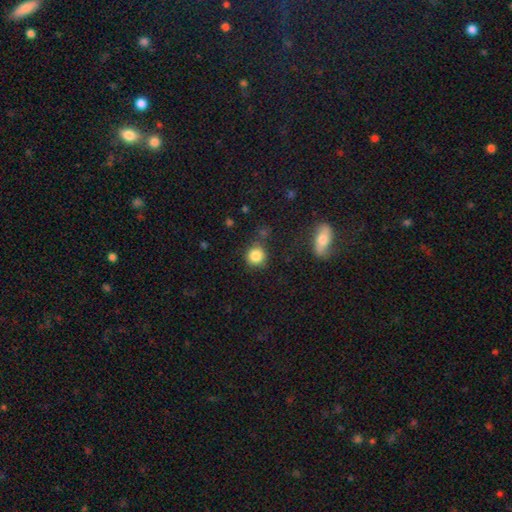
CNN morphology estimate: Overall: smooth (85%). How rounded: round (89%). Merging: none (78%).